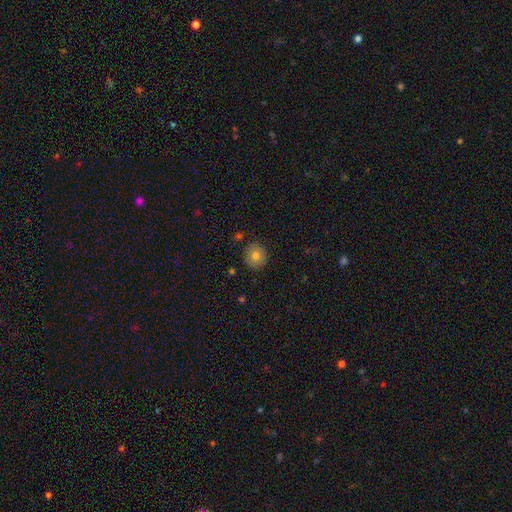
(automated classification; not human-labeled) smooth 78%, featured or disk 13%, star or artifact 9%. Down the decision tree: how rounded — round (90%); merging — none (87%).